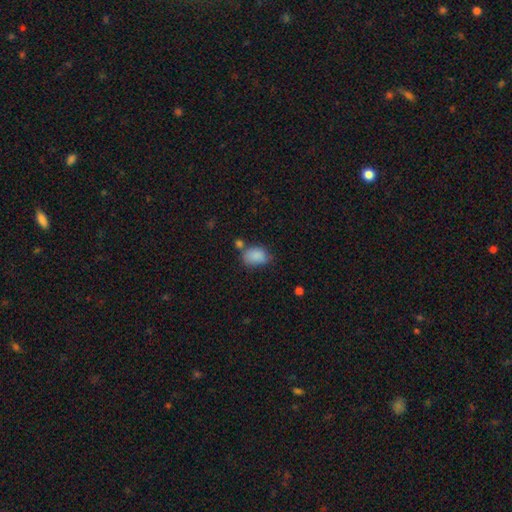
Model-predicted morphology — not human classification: Smooth or featured? smooth (86%)
How rounded? in between (77%)
Merging? none (55%)